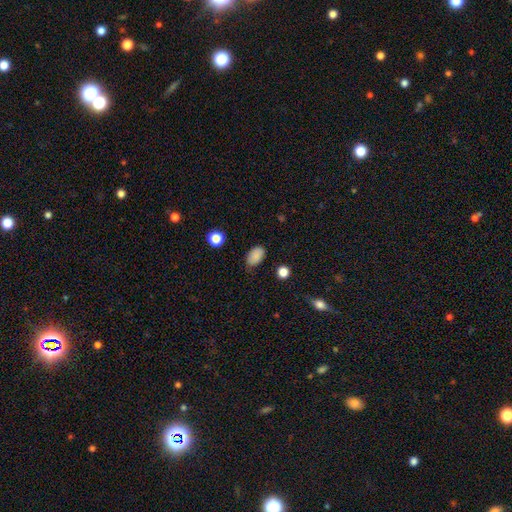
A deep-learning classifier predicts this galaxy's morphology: smooth 87%, star or artifact 9%, featured or disk 4%. Down the decision tree: how rounded — in between (89%); merging — none (79%).